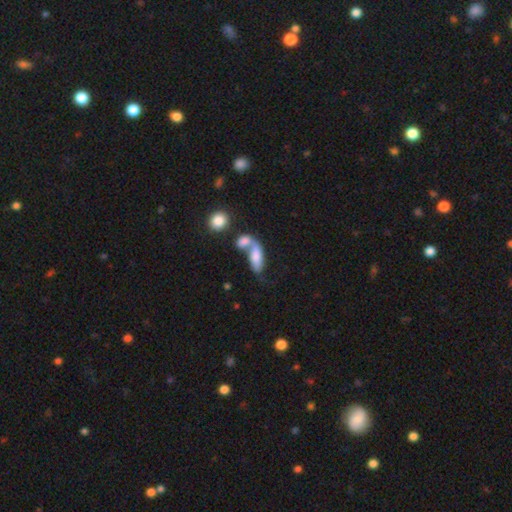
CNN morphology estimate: smooth-or-featured: smooth: 70% | featured or disk: 22% | star or artifact: 8%
  how-rounded: in between: 76% | cigar-shaped: 20% | round: 4%
  merging: merger: 59% | none: 21% | minor disturbance: 10% | major disturbance: 10%